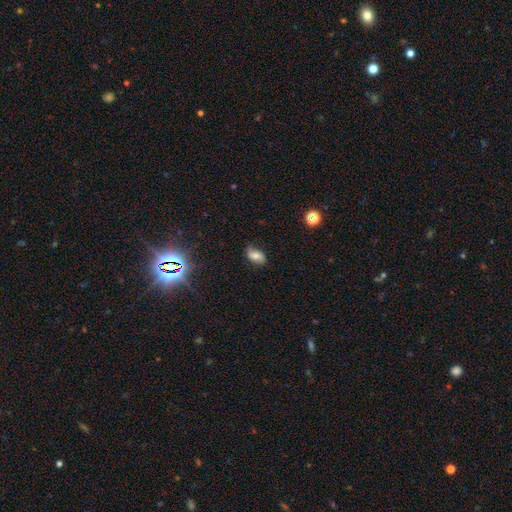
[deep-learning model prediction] smooth_or_featured: smooth (p=0.56) [alt: featured or disk p=0.31]
how_rounded: in between (p=0.89) [alt: round p=0.08]
merging: none (p=0.72) [alt: minor disturbance p=0.22]